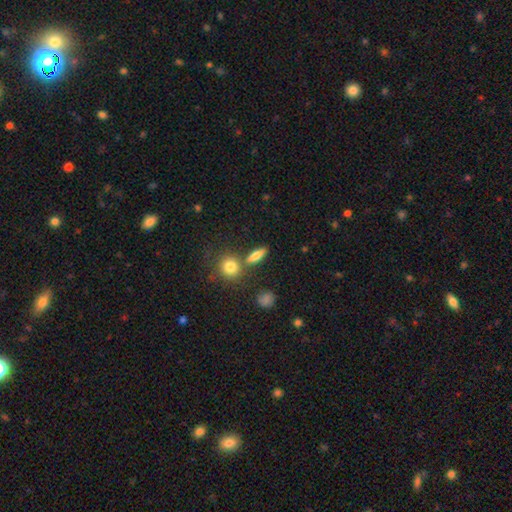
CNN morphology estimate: A smooth galaxy with no disk features (73%) that is in between round and cigar-shaped (44%).

Vote fractions:
- Smooth or featured? smooth: 73% / featured or disk: 16% / star or artifact: 10%
- How rounded? in between: 44% / cigar-shaped: 37% / round: 19%
- Merging? none: 74% / merger: 12% / minor disturbance: 10% / major disturbance: 4%